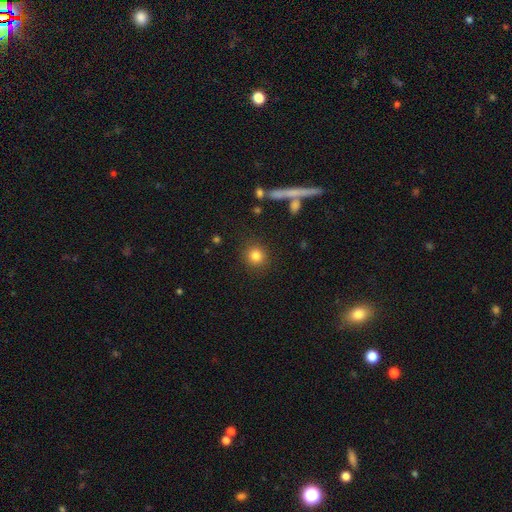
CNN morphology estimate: smooth 82%, star or artifact 11%, featured or disk 7%. Down the decision tree: how rounded — round (92%); merging — none (89%).